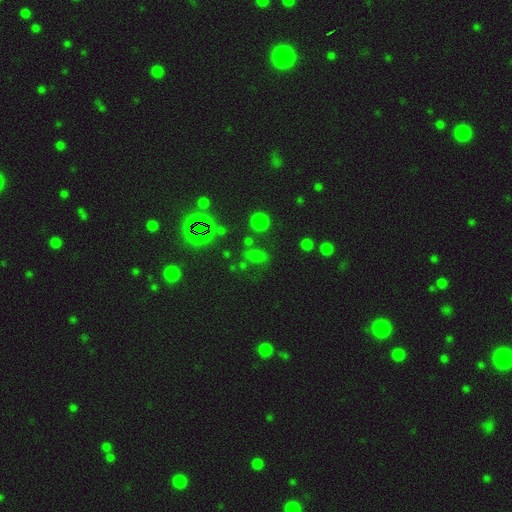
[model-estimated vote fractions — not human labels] smooth_or_featured: star or artifact (p=0.45) [alt: smooth p=0.44]